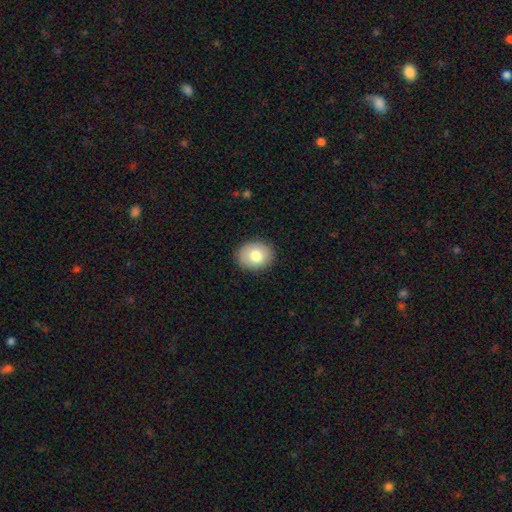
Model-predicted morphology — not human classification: A smooth galaxy with no disk features (78%) that is round (57%). Merging: none (89%).